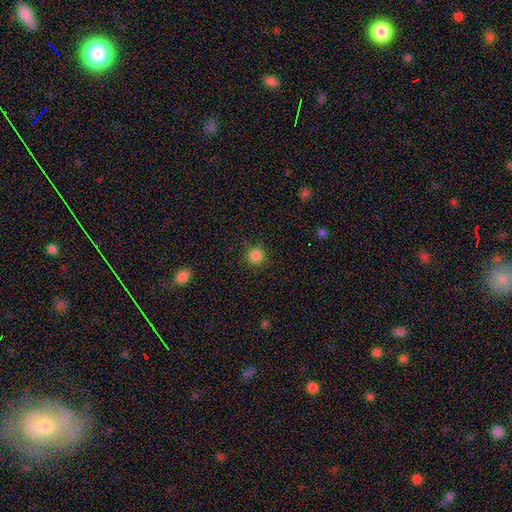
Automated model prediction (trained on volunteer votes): The model was most divided on "smooth or featured": smooth: 85%, star or artifact: 12%, featured or disk: 3%. More confident: how rounded — round (94%); merging — none (88%).